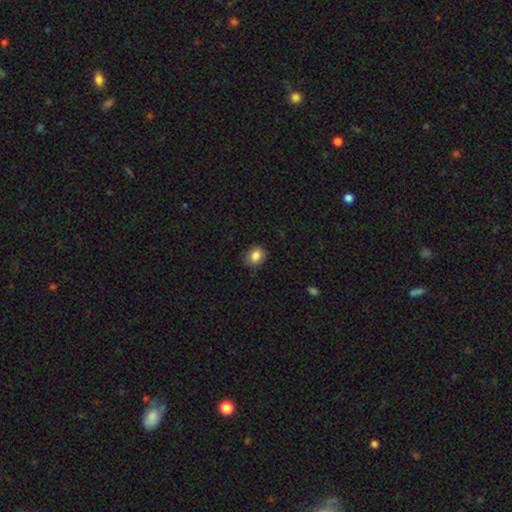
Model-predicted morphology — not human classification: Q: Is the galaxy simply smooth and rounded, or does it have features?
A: smooth — 85%.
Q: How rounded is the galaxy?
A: round — 57%.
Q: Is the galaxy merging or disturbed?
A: none — 79%.